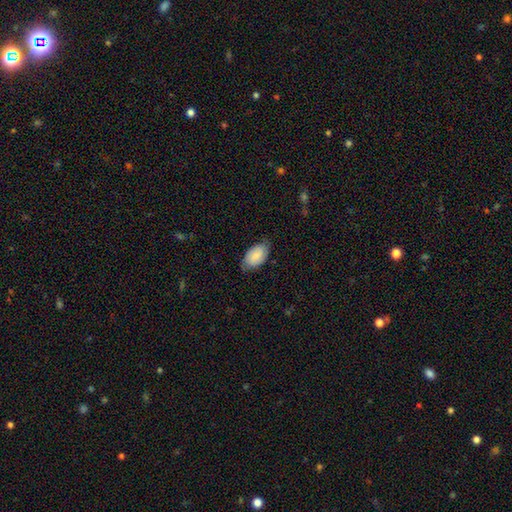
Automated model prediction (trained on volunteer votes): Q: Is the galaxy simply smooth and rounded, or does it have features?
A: smooth — 76%.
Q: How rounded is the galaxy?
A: in between — 94%.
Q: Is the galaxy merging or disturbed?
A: none — 73%.